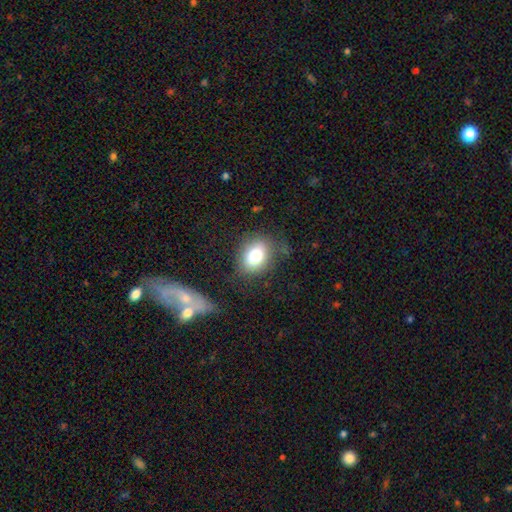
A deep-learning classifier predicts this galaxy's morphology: This appears to be a smooth galaxy with no disk features (76%) that is in between round and cigar-shaped (57%). Merging: none (75%).